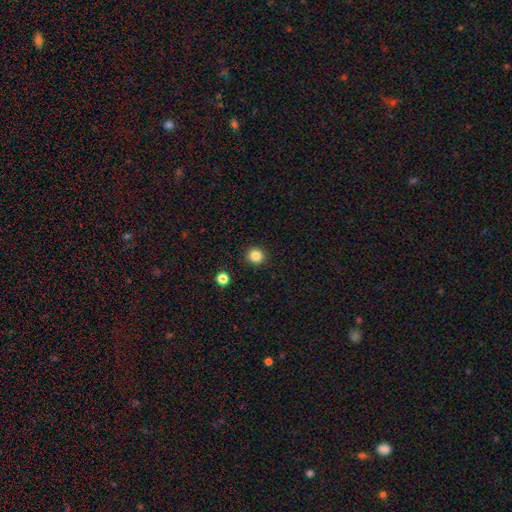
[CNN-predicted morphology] Smooth or featured: smooth — 84% (star or artifact — 12%)
How rounded: round — 90% (in between — 9%)
Merging: none — 91% (minor disturbance — 5%)